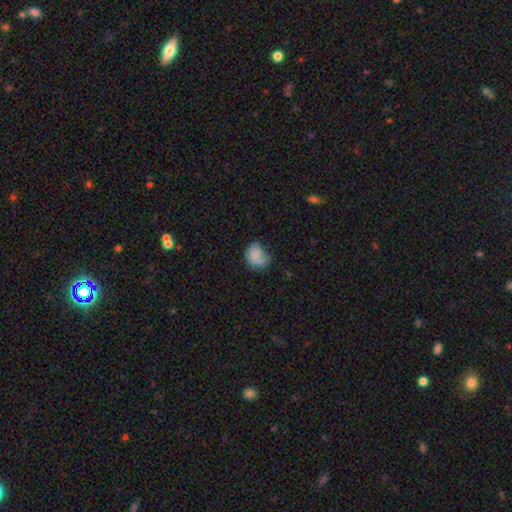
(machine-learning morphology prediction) Smooth or featured? Predicted: smooth (p=0.72). How rounded? Predicted: in between (p=0.50). Merging? Predicted: none (p=0.38).